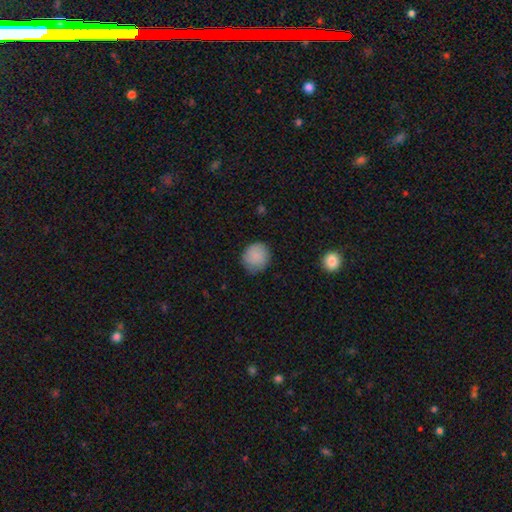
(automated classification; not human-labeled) smooth 85%, featured or disk 8%, star or artifact 7%. Down the decision tree: how rounded — round (86%); merging — none (77%).